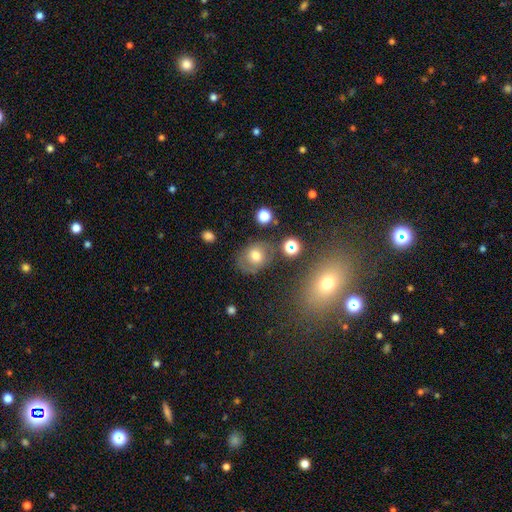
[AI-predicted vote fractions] smooth-or-featured: smooth: 61% | featured or disk: 26% | star or artifact: 13%
  how-rounded: round: 50% | in between: 48% | cigar-shaped: 1%
  merging: none: 66% | minor disturbance: 19% | major disturbance: 9% | merger: 6%